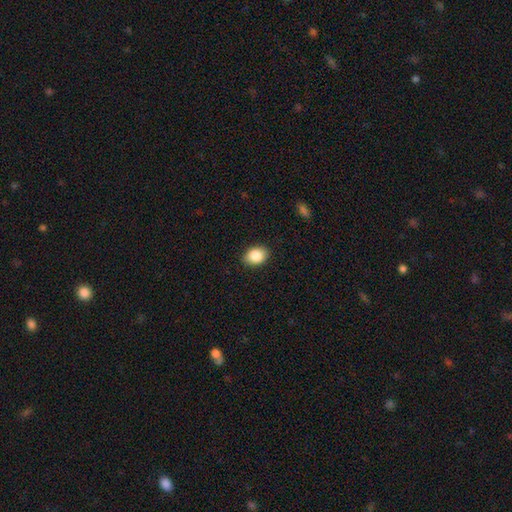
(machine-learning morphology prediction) Smooth or featured?
  - smooth: 87% *
  - star or artifact: 8%
  - featured or disk: 5%
How rounded?
  - in between: 72% *
  - round: 27%
  - cigar-shaped: 1%
Merging?
  - none: 87% *
  - minor disturbance: 10%
  - major disturbance: 2%
  - merger: 1%